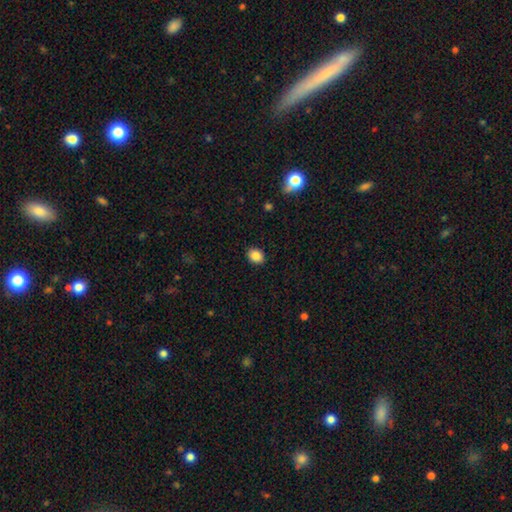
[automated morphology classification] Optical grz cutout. It shows a smooth galaxy with no disk features (86%) that is in between round and cigar-shaped (57%). Merging: none (89%).